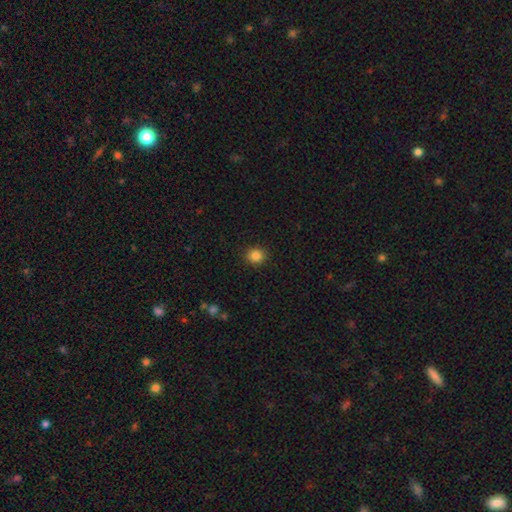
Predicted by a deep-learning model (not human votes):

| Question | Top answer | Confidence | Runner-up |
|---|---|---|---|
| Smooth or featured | smooth | 85% | star or artifact (11%) |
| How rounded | round | 85% | in between (14%) |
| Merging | none | 90% | minor disturbance (6%) |